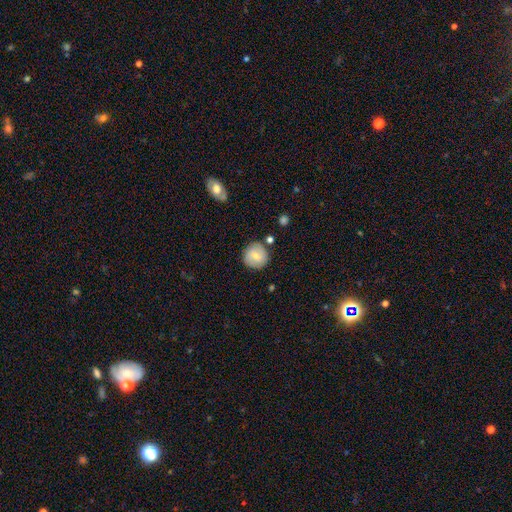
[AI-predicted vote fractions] A smooth galaxy with no disk features (68%) that is round (93%). Merging: none (81%).